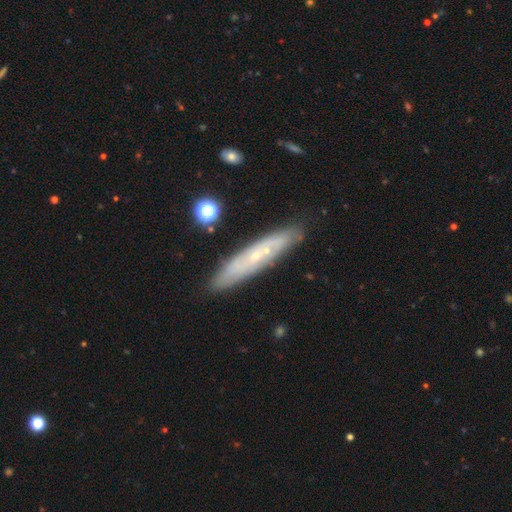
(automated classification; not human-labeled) Smooth or featured? featured or disk (60%)
Edge-on disk? no (50%, tied with yes)
Merging? none (83%)